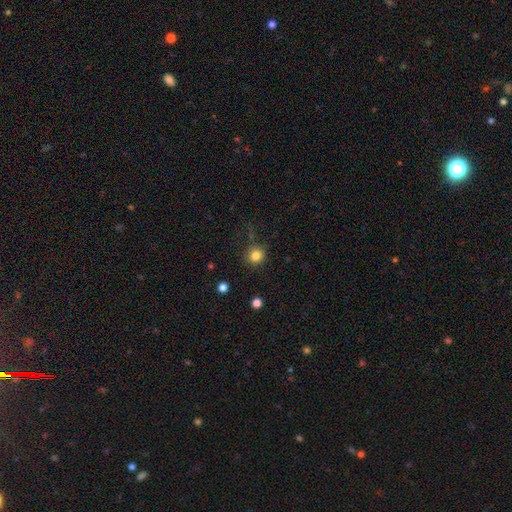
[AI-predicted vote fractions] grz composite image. It shows a smooth galaxy with no disk features (83%) that is round (92%). Merging: none (84%).